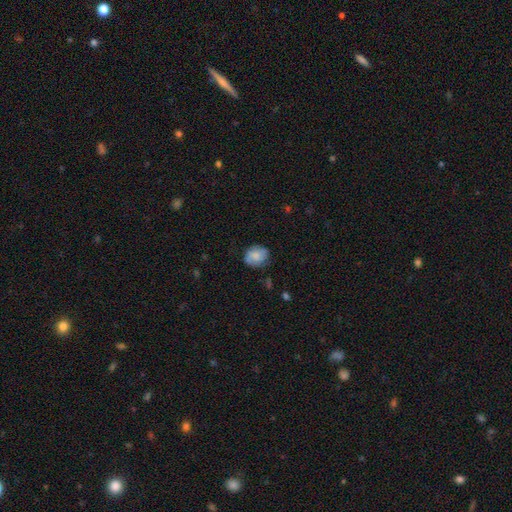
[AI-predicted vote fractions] A smooth galaxy with no disk features (72%) that is round (59%).

Vote fractions:
- Smooth or featured? smooth: 72% / featured or disk: 20% / star or artifact: 8%
- How rounded? round: 59% / in between: 40% / cigar-shaped: 1%
- Merging? none: 72% / minor disturbance: 21% / major disturbance: 5% / merger: 1%